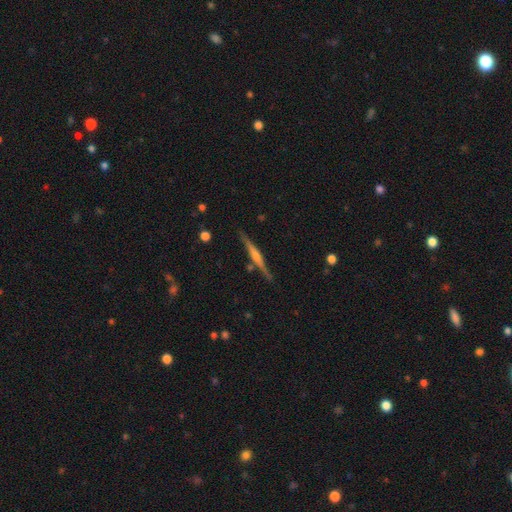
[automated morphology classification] Smooth or featured? featured or disk (73%)
Edge-on disk? yes (98%)
Edge-on bulge? rounded (62%)
Merging? none (87%)